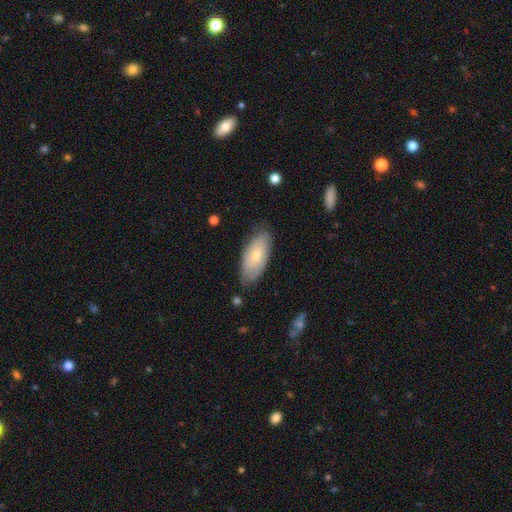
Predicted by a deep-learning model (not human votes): Overall: smooth (58%; featured or disk 37%). How rounded: in between (88%). Merging: none (76%).